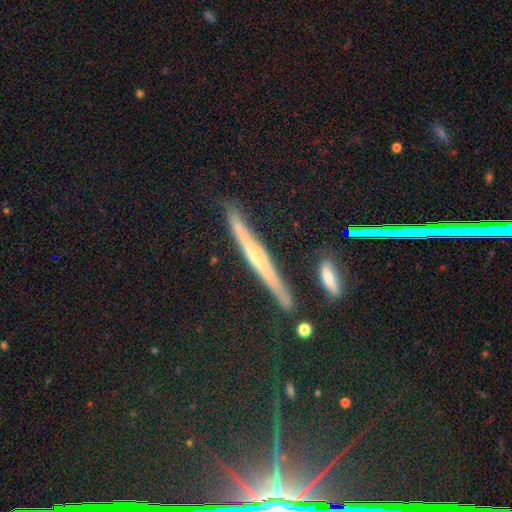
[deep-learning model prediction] A featured or disk galaxy (51%) viewed edge-on (91%). Merging: none (82%).